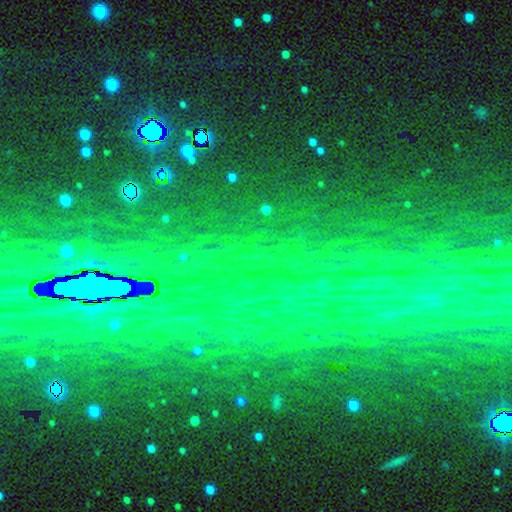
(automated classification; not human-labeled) A star or artifact, not a galaxy (85%).